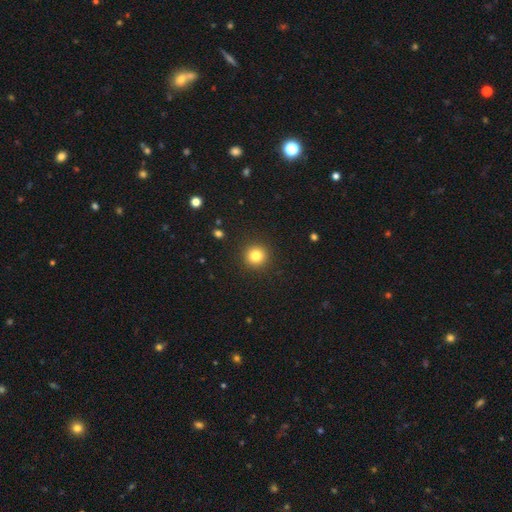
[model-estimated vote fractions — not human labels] Smooth or featured?
  - smooth: 81% *
  - star or artifact: 12%
  - featured or disk: 7%
How rounded?
  - round: 95% *
  - in between: 4%
  - cigar-shaped: 1%
Merging?
  - none: 92% *
  - minor disturbance: 5%
  - major disturbance: 2%
  - merger: 1%